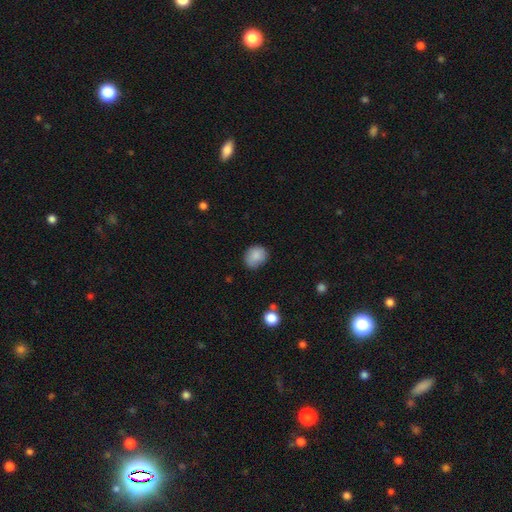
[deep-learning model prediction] Smooth or featured?
  - smooth: 85% *
  - star or artifact: 8%
  - featured or disk: 7%
How rounded?
  - round: 61% *
  - in between: 38%
  - cigar-shaped: 1%
Merging?
  - none: 72% *
  - minor disturbance: 22%
  - major disturbance: 4%
  - merger: 2%